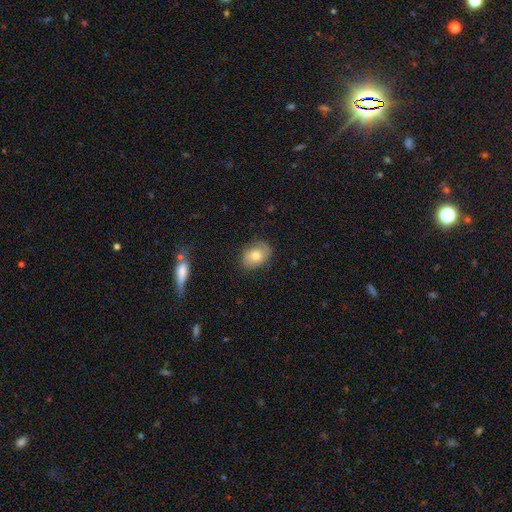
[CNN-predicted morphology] Overall: smooth (70%). How rounded: in between (75%). Merging: none (77%).